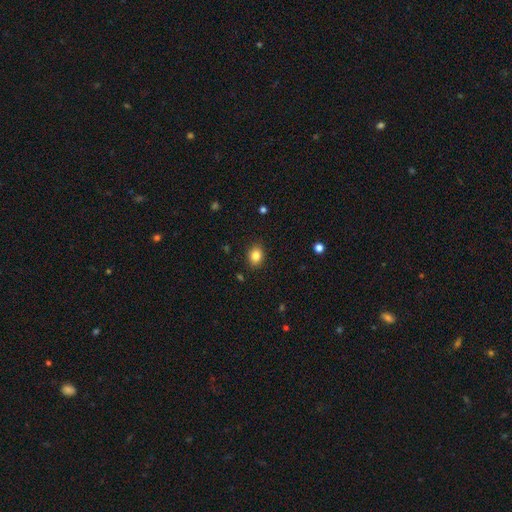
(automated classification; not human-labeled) This appears to be a smooth galaxy with no disk features (84%) that is in between round and cigar-shaped (54%). Merging: none (88%).